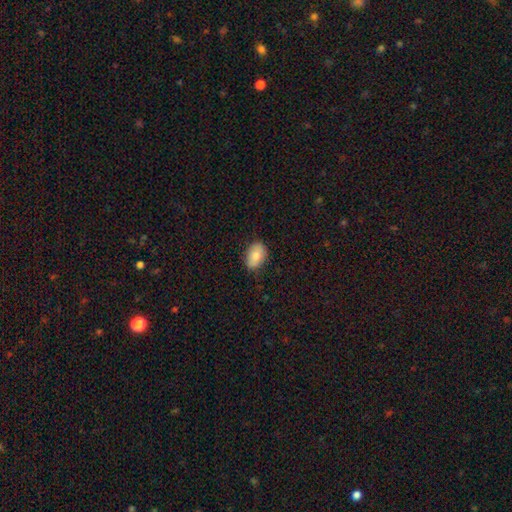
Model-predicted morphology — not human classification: Q: Smooth or featured?
A: smooth (79%); runner-up: featured or disk (14%)
Q: How rounded?
A: in between (84%); runner-up: round (15%)
Q: Merging?
A: none (82%); runner-up: minor disturbance (15%)